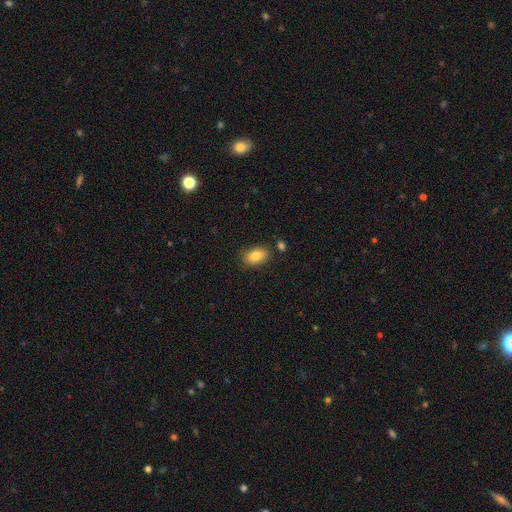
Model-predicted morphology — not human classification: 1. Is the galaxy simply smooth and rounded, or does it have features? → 84% smooth, 8% featured or disk, 8% star or artifact.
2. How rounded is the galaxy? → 89% in between, 9% round, 2% cigar-shaped.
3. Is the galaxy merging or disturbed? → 82% none, 11% minor disturbance, 4% merger, 3% major disturbance.